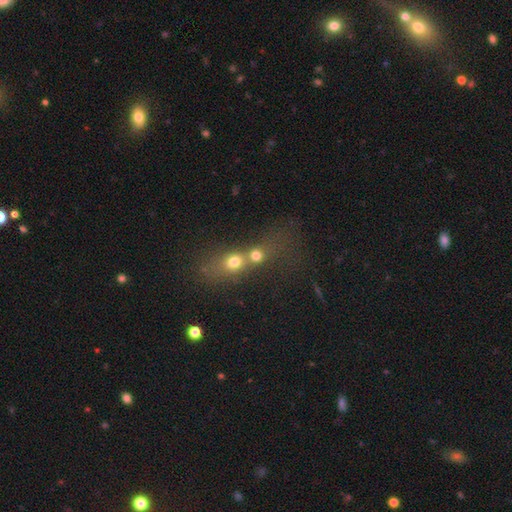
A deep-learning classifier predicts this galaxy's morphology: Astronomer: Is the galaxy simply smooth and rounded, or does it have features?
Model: smooth — 59%.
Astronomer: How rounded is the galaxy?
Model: round — 56% (runner-up: in between, 34%).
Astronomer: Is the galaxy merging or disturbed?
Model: merger — 68%.